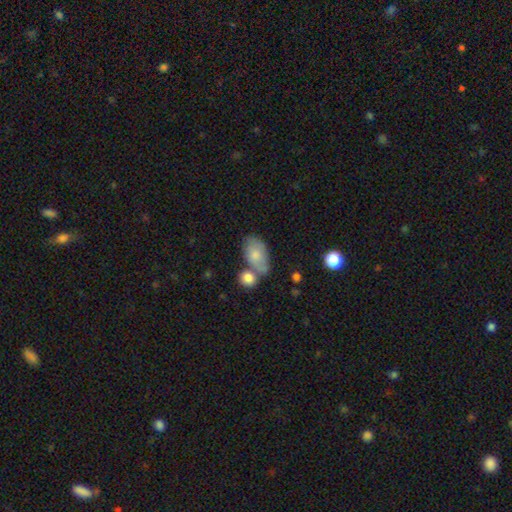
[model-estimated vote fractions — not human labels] A smooth galaxy with no disk features (74%) that is in between round and cigar-shaped (89%).

Vote fractions:
- Smooth or featured? smooth: 74% / featured or disk: 19% / star or artifact: 7%
- How rounded? in between: 89% / round: 9% / cigar-shaped: 2%
- Merging? none: 41% / merger: 31% / minor disturbance: 20% / major disturbance: 7%